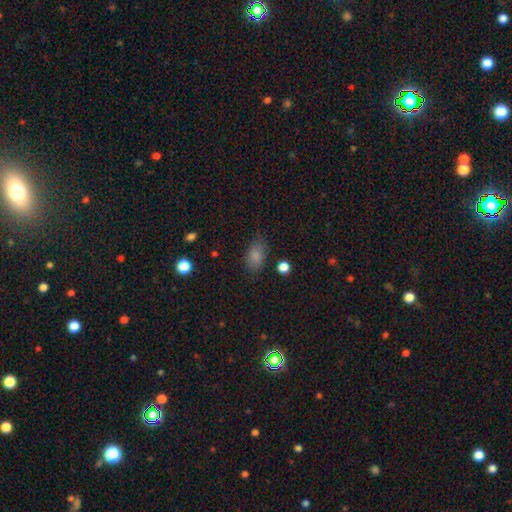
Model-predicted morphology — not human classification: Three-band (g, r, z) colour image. It shows a smooth galaxy with no disk features (83%) that is in between round and cigar-shaped (88%). Merging: none (70%).